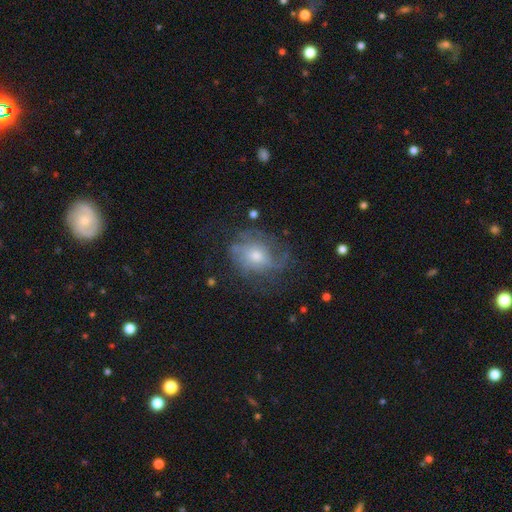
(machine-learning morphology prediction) Smooth or featured: featured or disk — 66% (smooth — 24%)
Edge-on disk: no — 96% (yes — 4%)
Bar: no — 74% (weak — 22%)
Spiral arms: yes — 79% (no — 21%)
Bulge size: moderate — 48% (small — 45%)
Merging: none — 57% (minor disturbance — 22%)